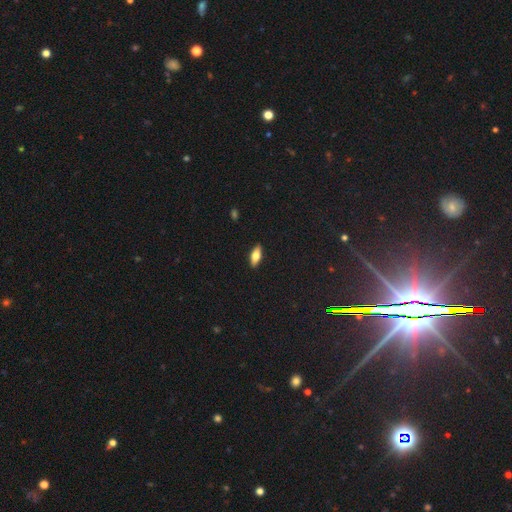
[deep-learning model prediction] This appears to be a smooth galaxy with no disk features (65%) that is in between round and cigar-shaped (77%). Merging: none (90%).